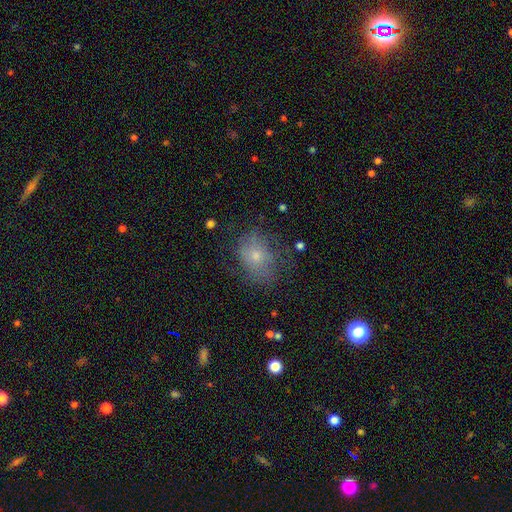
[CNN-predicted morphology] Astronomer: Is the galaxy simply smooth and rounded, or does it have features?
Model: smooth — 62%.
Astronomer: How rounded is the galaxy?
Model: in between — 58% (runner-up: round, 41%).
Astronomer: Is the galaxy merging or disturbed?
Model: none — 57%.